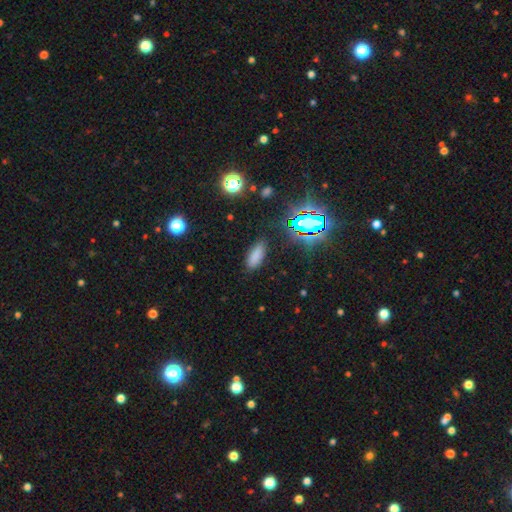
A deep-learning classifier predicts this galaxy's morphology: type=smooth (76%); roundness=in between (76%); merging=none (85%).